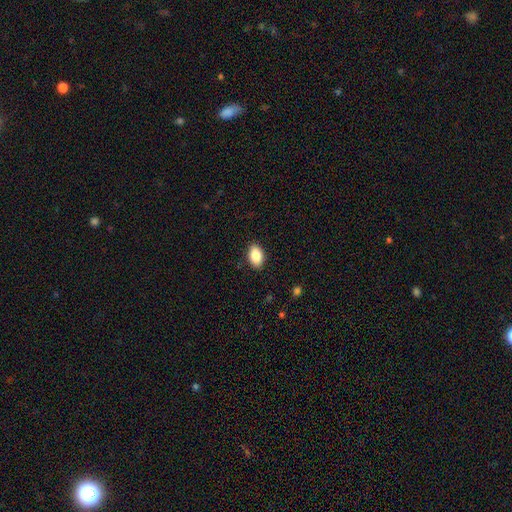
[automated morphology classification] Overall: smooth (87%). How rounded: in between (90%). Merging: none (89%).